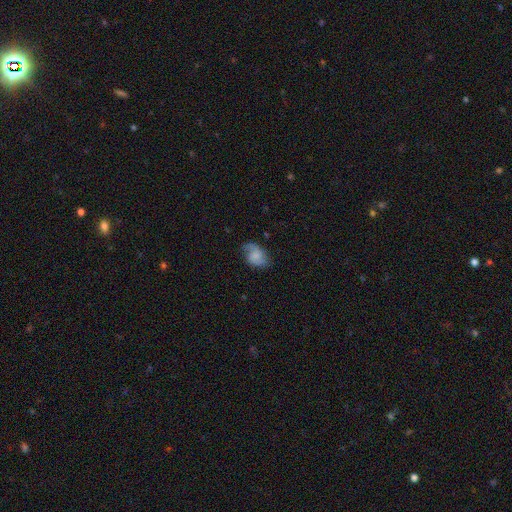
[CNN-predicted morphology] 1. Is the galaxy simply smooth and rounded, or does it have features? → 48% smooth, 44% featured or disk, 8% star or artifact.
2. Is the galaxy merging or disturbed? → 64% none, 25% minor disturbance, 10% major disturbance, 1% merger.